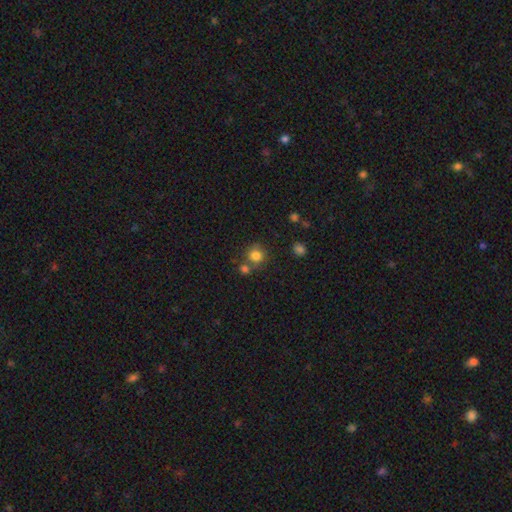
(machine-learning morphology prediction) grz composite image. It shows a smooth galaxy with no disk features (81%) that is round (88%). Merging: none (62%).